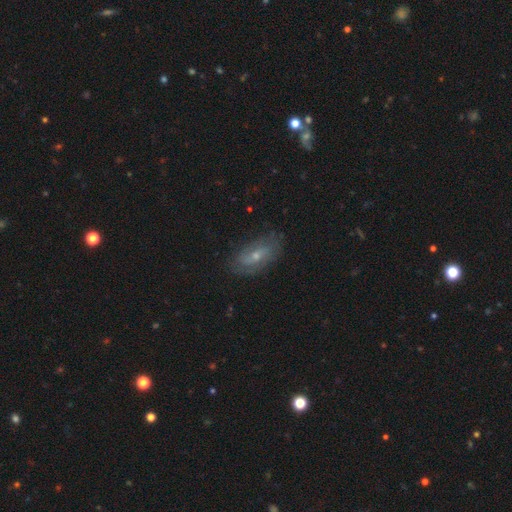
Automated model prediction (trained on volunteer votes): Overall: featured or disk (54%; smooth 37%). Edge-on disk: no (86%). Merging: none (74%).